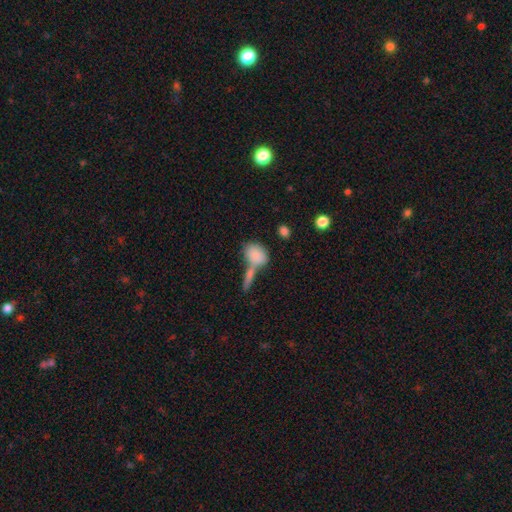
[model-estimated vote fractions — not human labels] smooth-or-featured: smooth: 82% | featured or disk: 11% | star or artifact: 7%
  how-rounded: in between: 75% | round: 20% | cigar-shaped: 4%
  merging: merger: 42% | none: 41% | minor disturbance: 11% | major disturbance: 6%